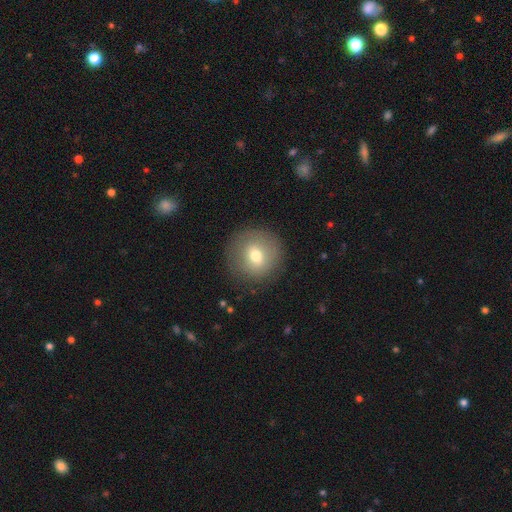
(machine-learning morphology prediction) A smooth galaxy with no disk features (71%) that is round (94%). Merging: none (87%).